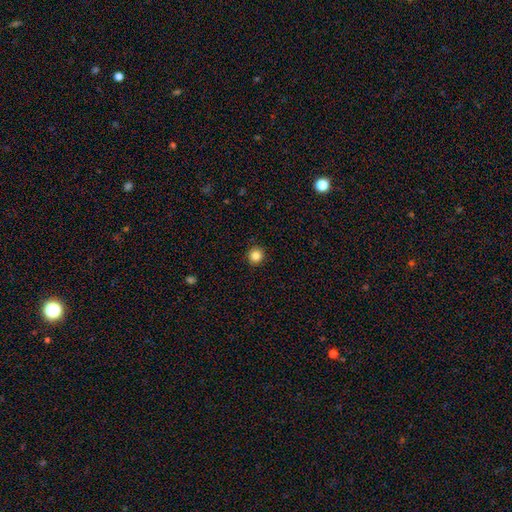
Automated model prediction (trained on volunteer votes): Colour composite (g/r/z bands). It shows a smooth galaxy with no disk features (85%) that is round (94%). Merging: none (93%).